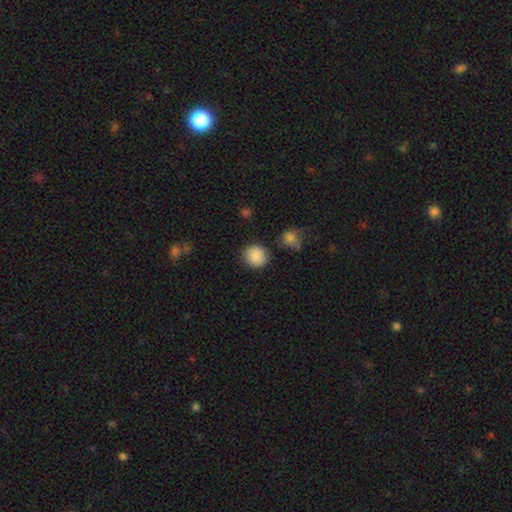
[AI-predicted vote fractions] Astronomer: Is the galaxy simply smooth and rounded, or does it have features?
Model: smooth — 88%.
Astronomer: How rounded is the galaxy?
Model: round — 85%.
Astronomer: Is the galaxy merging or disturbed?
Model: none — 84%.